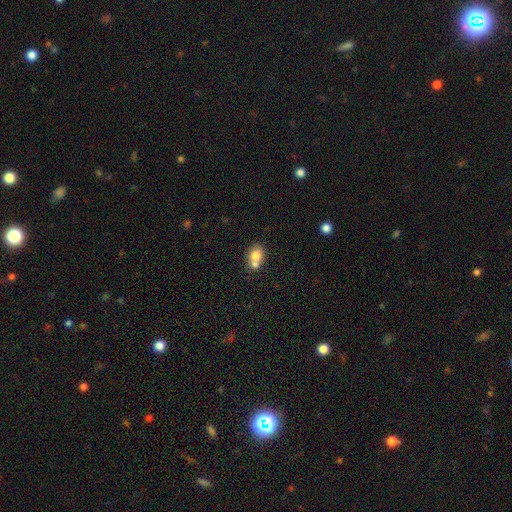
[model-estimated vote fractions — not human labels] Overall: smooth (76%). How rounded: round (55%; in between 44%). Merging: merger (56%; none 33%).